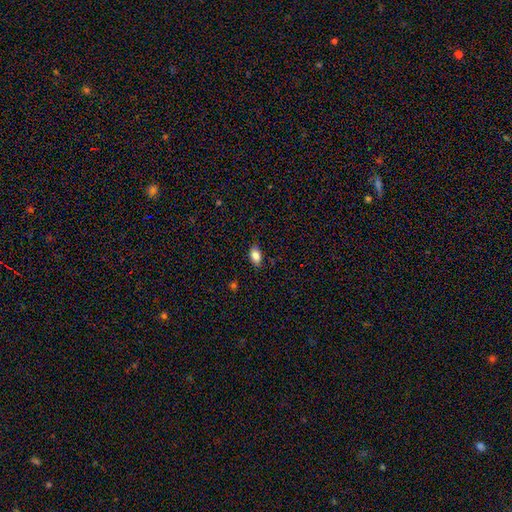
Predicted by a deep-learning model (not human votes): Smooth or featured? smooth (84%)
How rounded? in between (90%)
Merging? none (85%)